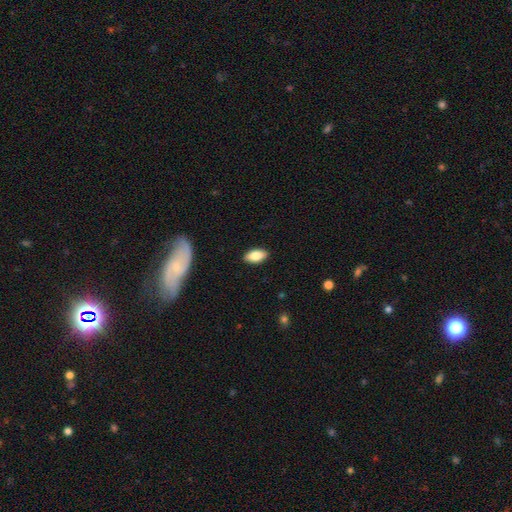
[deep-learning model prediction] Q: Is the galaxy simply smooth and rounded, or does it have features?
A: smooth — 81%.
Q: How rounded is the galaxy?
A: in between — 91%.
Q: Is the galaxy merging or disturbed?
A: none — 89%.